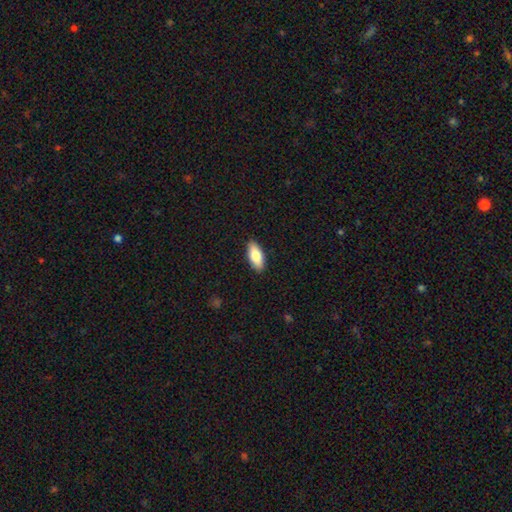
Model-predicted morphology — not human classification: Smooth or featured?
  - smooth: 79% *
  - featured or disk: 15%
  - star or artifact: 6%
How rounded?
  - in between: 82% *
  - cigar-shaped: 16%
  - round: 2%
Merging?
  - none: 90% *
  - minor disturbance: 8%
  - major disturbance: 2%
  - merger: 1%